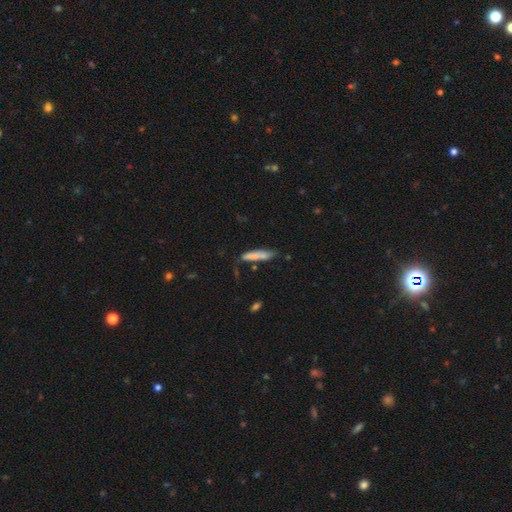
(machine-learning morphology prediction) Smooth or featured?
  - smooth: 77% *
  - featured or disk: 16%
  - star or artifact: 6%
How rounded?
  - cigar-shaped: 84% *
  - in between: 15%
  - round: 1%
Merging?
  - none: 65% *
  - minor disturbance: 23%
  - merger: 6%
  - major disturbance: 5%